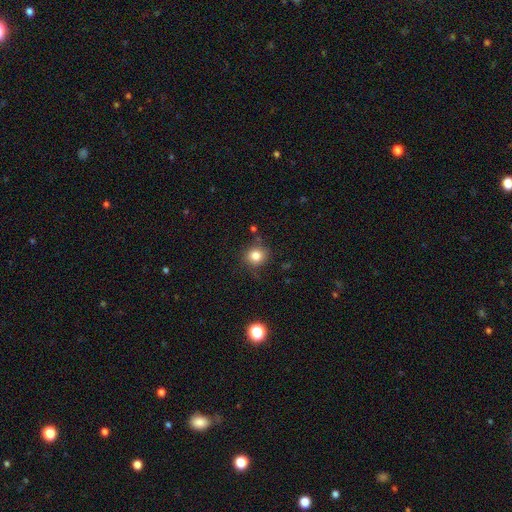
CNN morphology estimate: Q: Smooth or featured?
A: smooth (81%); runner-up: star or artifact (12%)
Q: How rounded?
A: round (87%); runner-up: in between (12%)
Q: Merging?
A: none (79%); runner-up: minor disturbance (14%)